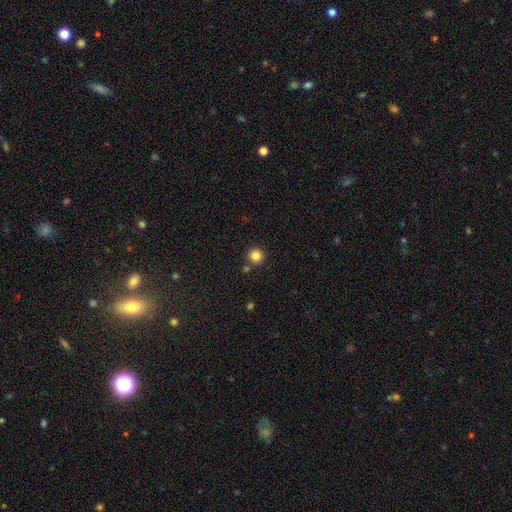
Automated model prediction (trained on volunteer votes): A smooth galaxy with no disk features (84%) that is round (95%). Merging: none (85%).